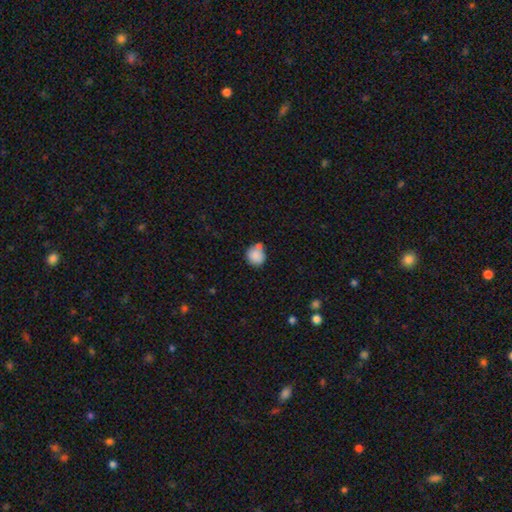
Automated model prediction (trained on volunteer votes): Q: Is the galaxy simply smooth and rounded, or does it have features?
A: smooth — 86%.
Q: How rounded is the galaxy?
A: round — 87%.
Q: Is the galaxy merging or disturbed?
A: none — 60%.